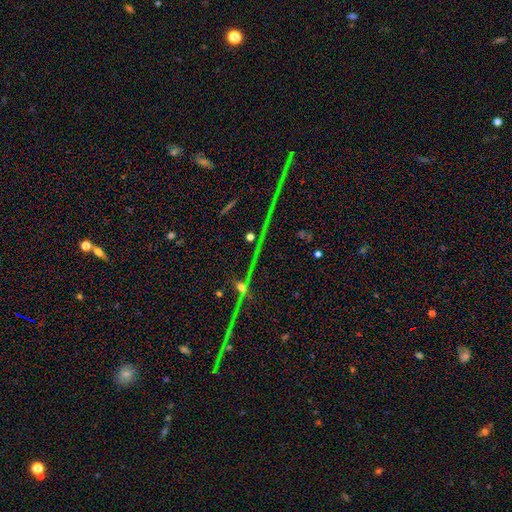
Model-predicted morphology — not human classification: smooth_or_featured: star or artifact (p=0.78) [alt: featured or disk p=0.12]